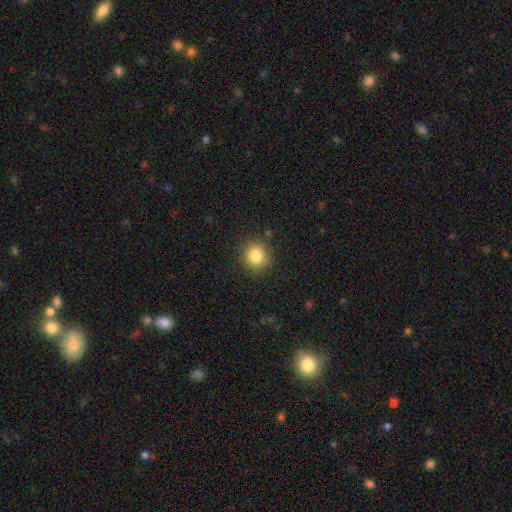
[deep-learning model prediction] Smooth or featured: smooth — 85% (star or artifact — 10%)
How rounded: round — 84% (in between — 15%)
Merging: none — 87% (minor disturbance — 9%)